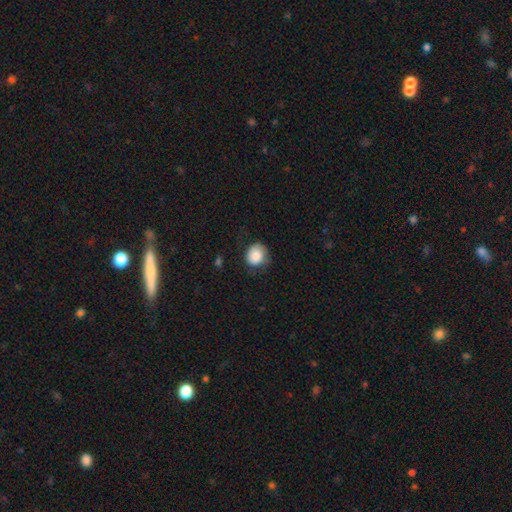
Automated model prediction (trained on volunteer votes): Q: Smooth or featured?
A: smooth (83%); runner-up: featured or disk (9%)
Q: How rounded?
A: round (66%); runner-up: in between (33%)
Q: Merging?
A: none (58%); runner-up: minor disturbance (29%)